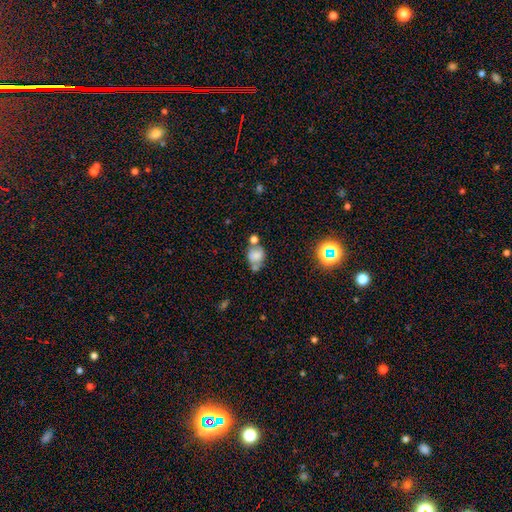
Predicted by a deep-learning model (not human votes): A smooth galaxy with no disk features (64%) that is in between round and cigar-shaped (52%). Merging: none (38%).